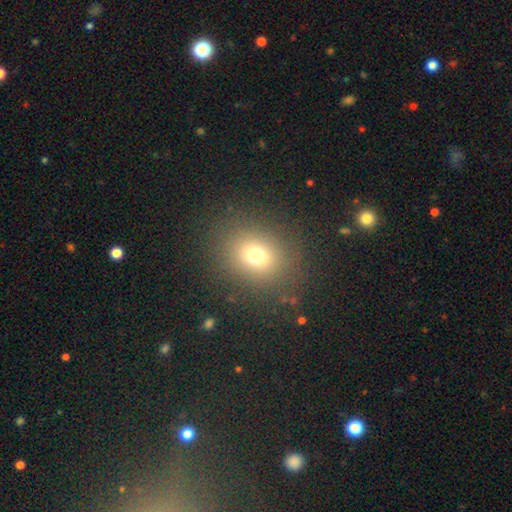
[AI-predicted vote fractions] Q: Smooth or featured?
A: smooth (72%); runner-up: star or artifact (18%)
Q: How rounded?
A: round (68%); runner-up: in between (31%)
Q: Merging?
A: none (85%); runner-up: minor disturbance (8%)